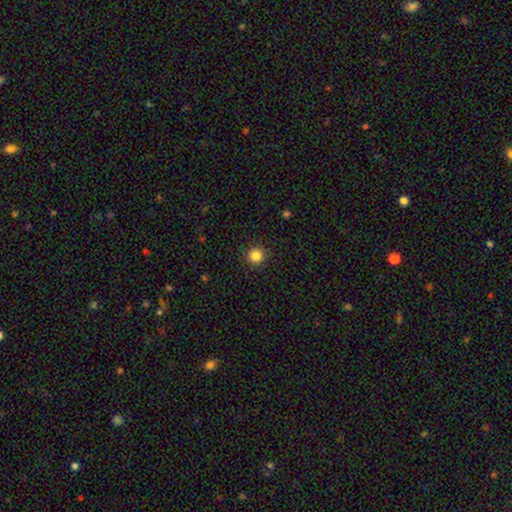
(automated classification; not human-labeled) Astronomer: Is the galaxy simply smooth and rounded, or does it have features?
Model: smooth — 85%.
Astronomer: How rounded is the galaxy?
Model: round — 94%.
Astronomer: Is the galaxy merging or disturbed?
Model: none — 92%.